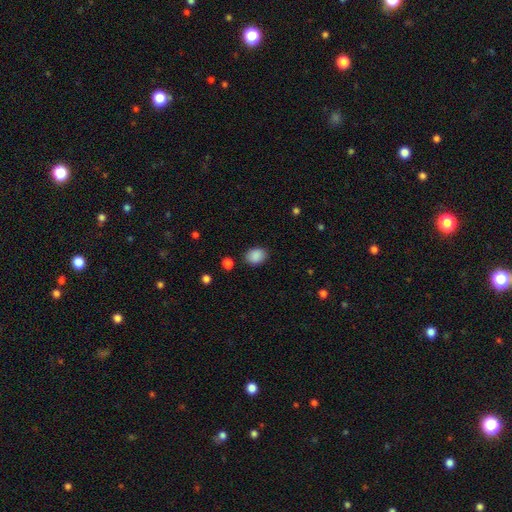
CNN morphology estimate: Smooth or featured?
  - smooth: 89% *
  - star or artifact: 8%
  - featured or disk: 3%
How rounded?
  - in between: 59% *
  - round: 40%
  - cigar-shaped: 1%
Merging?
  - none: 84% *
  - minor disturbance: 11%
  - major disturbance: 3%
  - merger: 2%